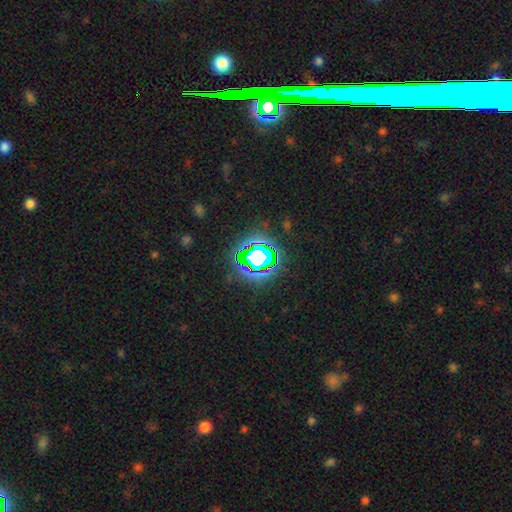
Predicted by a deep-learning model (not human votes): Smooth or featured? Predicted: star or artifact (p=0.72).